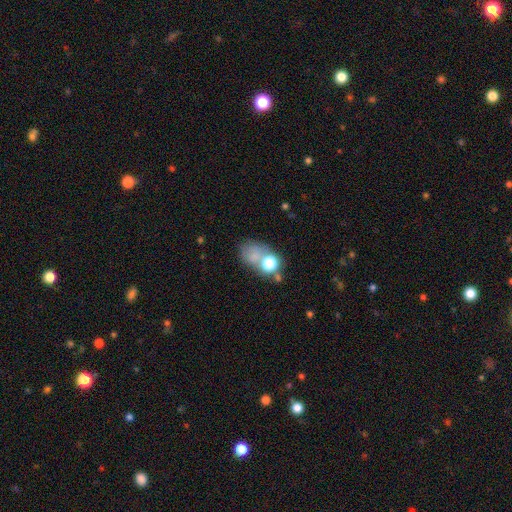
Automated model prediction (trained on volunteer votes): Overall: smooth (62%). How rounded: in between (56%; round 43%). Merging: none (36%; merger 30%).